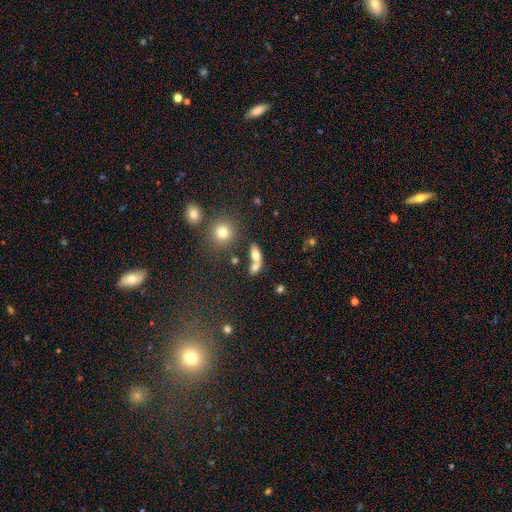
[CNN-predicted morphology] Smooth or featured? smooth (69%)
How rounded? in between (71%)
Merging? merger (48%)